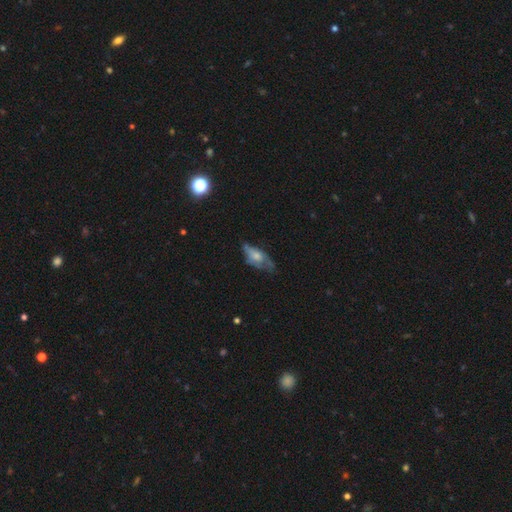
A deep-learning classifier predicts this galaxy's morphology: smooth_or_featured: featured or disk (p=0.47) [alt: smooth p=0.45]
merging: none (p=0.40) [alt: minor disturbance p=0.33]